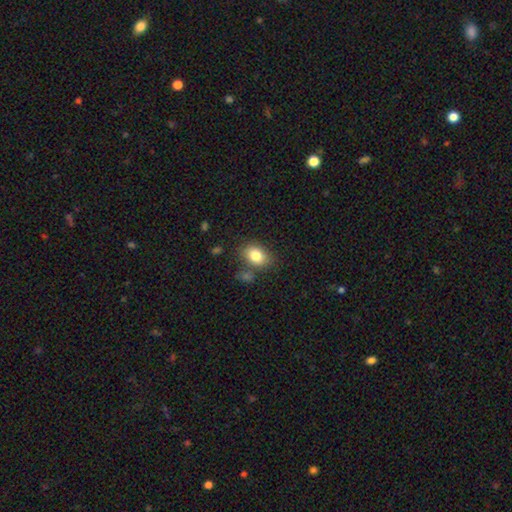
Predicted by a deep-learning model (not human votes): smooth 82%, featured or disk 10%, star or artifact 9%. Down the decision tree: how rounded — in between (74%); merging — none (74%).